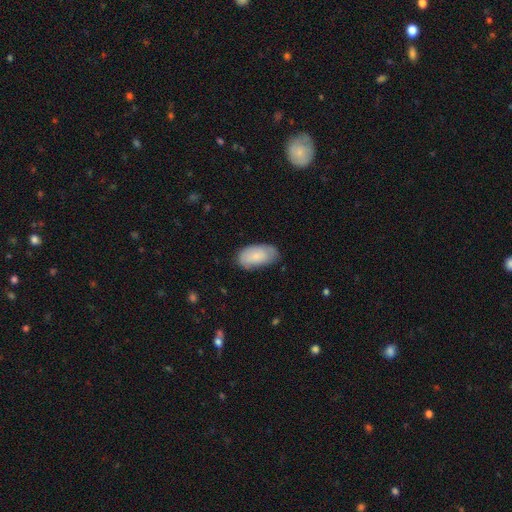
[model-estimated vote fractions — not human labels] This appears to be a smooth galaxy with no disk features (71%) that is in between round and cigar-shaped (94%). Merging: none (71%).